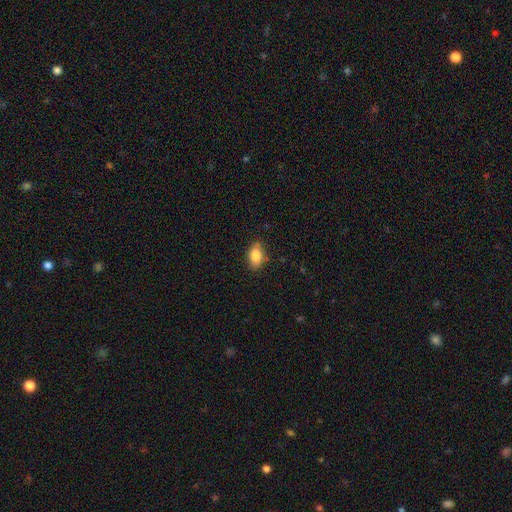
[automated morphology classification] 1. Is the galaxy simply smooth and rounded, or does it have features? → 85% smooth, 8% featured or disk, 7% star or artifact.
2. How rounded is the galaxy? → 89% in between, 7% round, 3% cigar-shaped.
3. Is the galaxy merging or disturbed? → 82% none, 14% minor disturbance, 3% major disturbance, 1% merger.